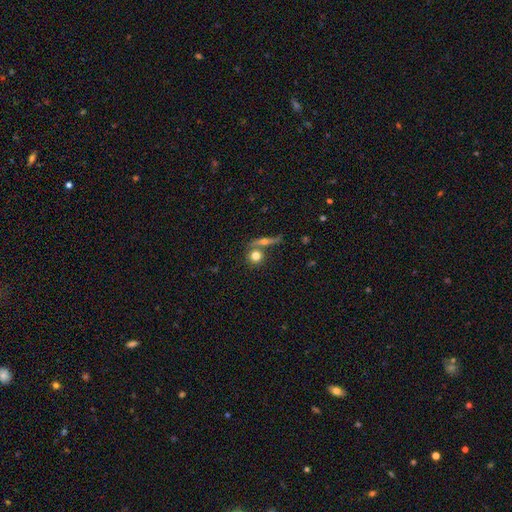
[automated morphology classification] This is likely a smooth galaxy (70%). How rounded: clearly round (85%). Merging: likely none (60%).